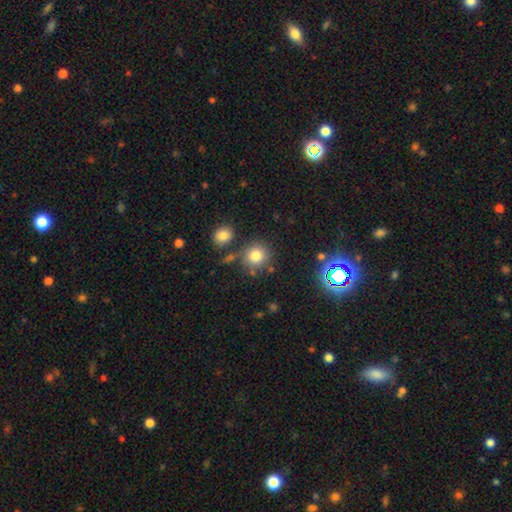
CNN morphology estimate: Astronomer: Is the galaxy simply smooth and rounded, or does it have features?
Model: smooth — 79%.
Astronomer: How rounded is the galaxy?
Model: round — 89%.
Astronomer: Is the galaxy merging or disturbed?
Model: none — 74%.